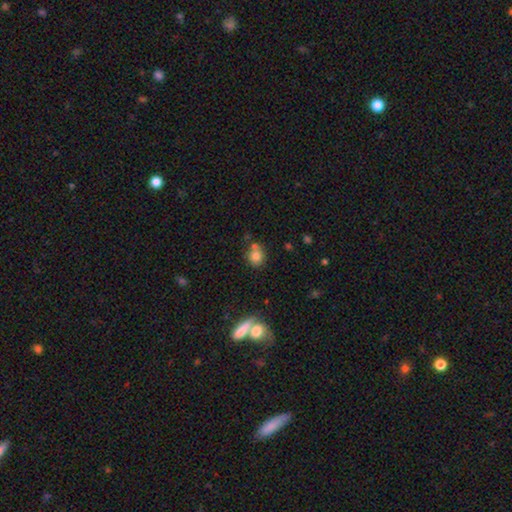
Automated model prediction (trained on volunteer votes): This appears to be a smooth galaxy with no disk features (78%) that is round (77%). Merging: none (58%).